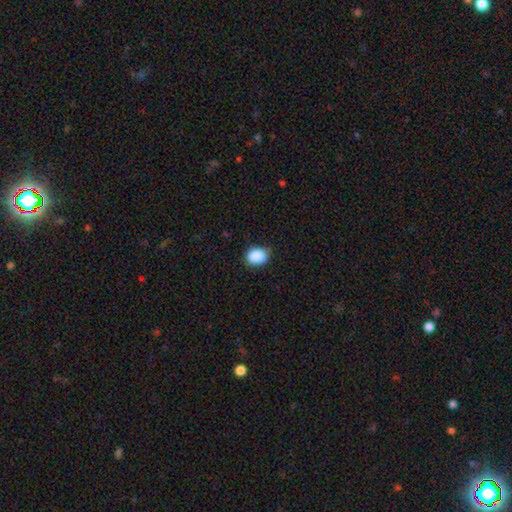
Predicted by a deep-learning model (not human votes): A smooth galaxy with no disk features (88%) that is in between round and cigar-shaped (56%). Merging: none (81%).